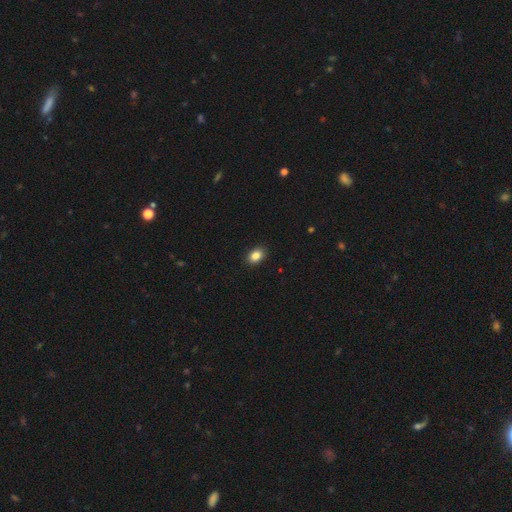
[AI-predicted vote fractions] This appears to be a smooth galaxy with no disk features (86%) that is in between round and cigar-shaped (74%). Merging: none (90%).